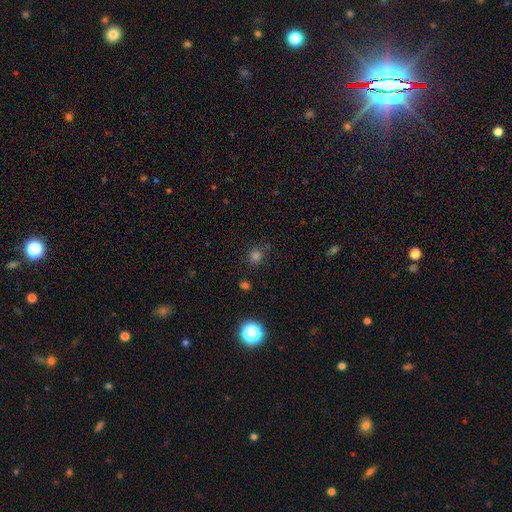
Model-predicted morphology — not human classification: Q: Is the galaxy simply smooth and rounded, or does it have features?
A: smooth — 67%.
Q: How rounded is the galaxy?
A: round — 84%.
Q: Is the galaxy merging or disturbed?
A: none — 79%.